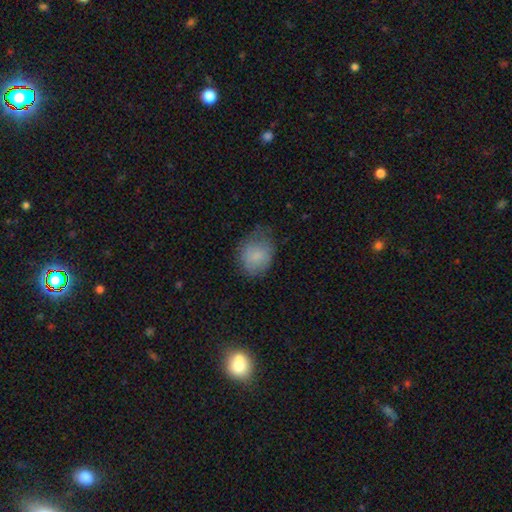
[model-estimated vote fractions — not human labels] Smooth or featured? Predicted: smooth (p=0.80). How rounded? Predicted: round (p=0.51). Merging? Predicted: none (p=0.56).